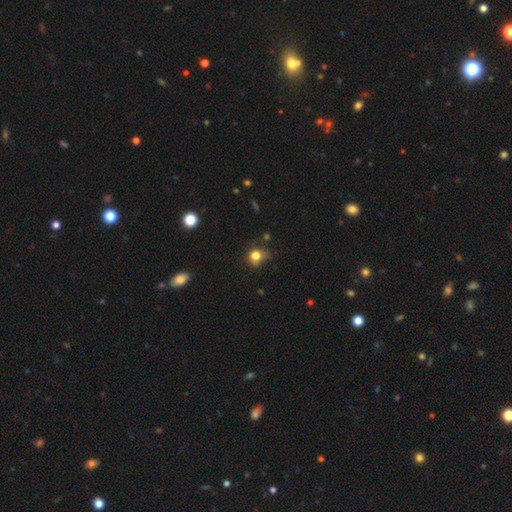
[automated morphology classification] smooth_or_featured: smooth (p=0.79) [alt: star or artifact p=0.13]
how_rounded: round (p=0.78) [alt: in between p=0.21]
merging: none (p=0.57) [alt: minor disturbance p=0.29]